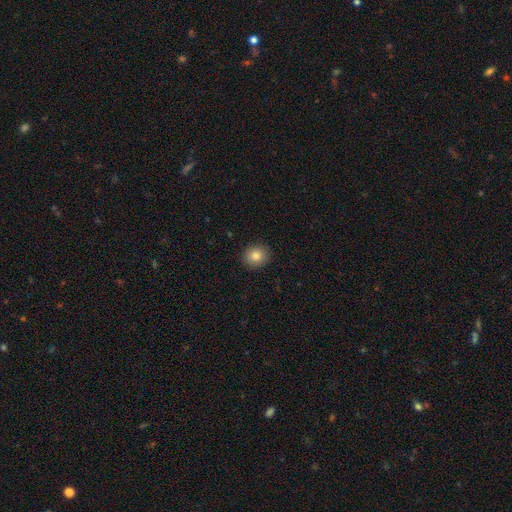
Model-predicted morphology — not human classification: type=smooth (84%); roundness=round (82%); merging=none (91%).